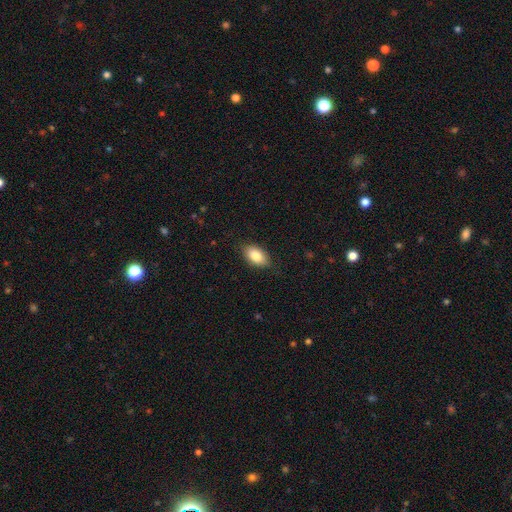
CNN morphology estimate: type=smooth (85%); roundness=in between (91%); merging=none (84%).